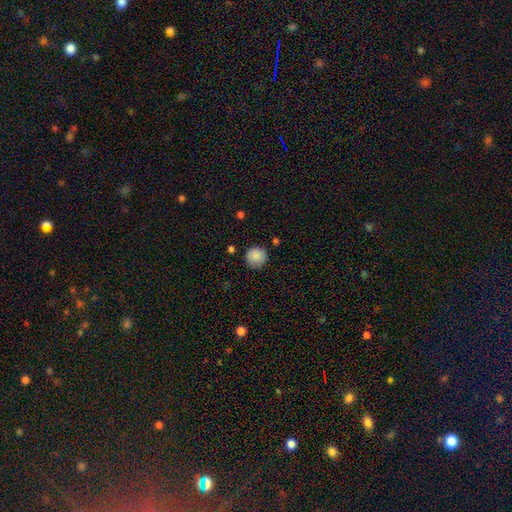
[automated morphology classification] Smooth or featured? smooth (88%)
How rounded? round (94%)
Merging? none (84%)